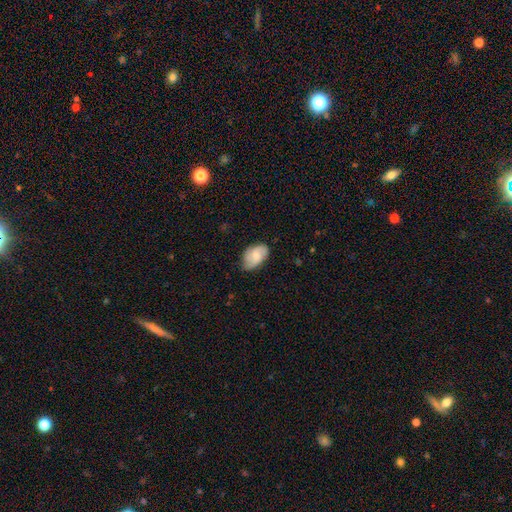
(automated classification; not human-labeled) smooth 60%, featured or disk 33%, star or artifact 7%. Down the decision tree: how rounded — in between (90%); merging — none (65%).